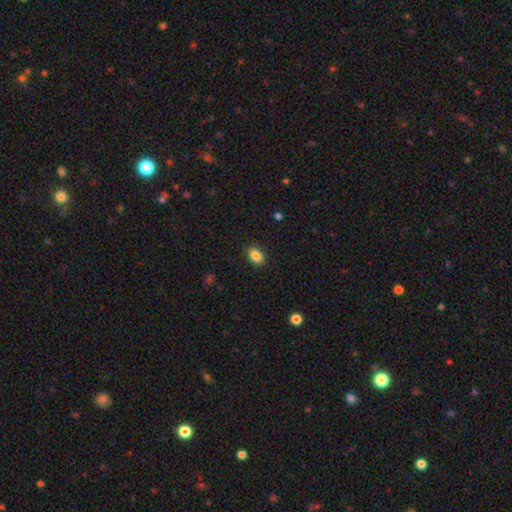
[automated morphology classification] Smooth or featured? Predicted: smooth (p=0.87). How rounded? Predicted: in between (p=0.81). Merging? Predicted: none (p=0.88).